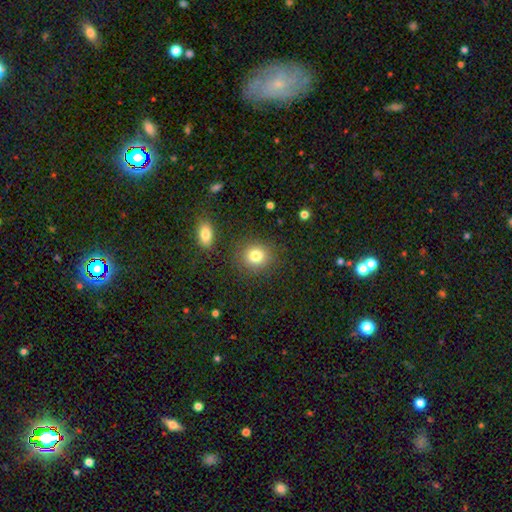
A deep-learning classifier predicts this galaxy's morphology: This is clearly a smooth galaxy (82%). How rounded: clearly round (81%). Merging: clearly none (85%).